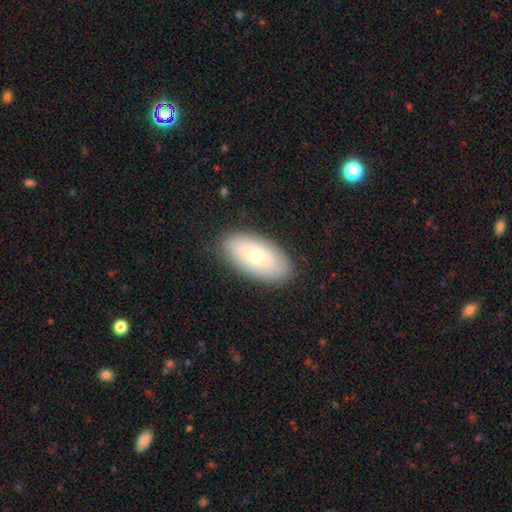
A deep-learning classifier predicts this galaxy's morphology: This is likely a smooth galaxy (62%). How rounded: clearly in between (93%). Merging: clearly none (87%).